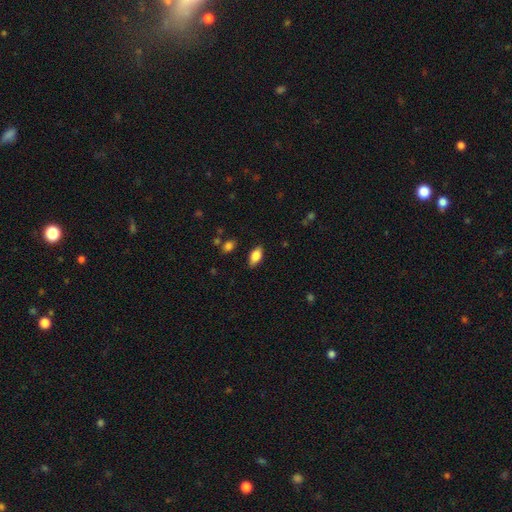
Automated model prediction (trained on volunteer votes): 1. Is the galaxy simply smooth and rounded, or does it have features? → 81% smooth, 12% featured or disk, 7% star or artifact.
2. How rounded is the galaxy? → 89% in between, 7% cigar-shaped, 4% round.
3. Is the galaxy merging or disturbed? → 83% none, 13% minor disturbance, 3% major disturbance, 1% merger.